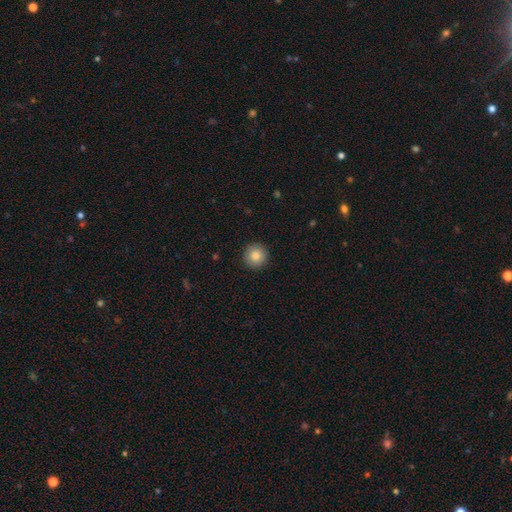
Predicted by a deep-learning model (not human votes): This is clearly a smooth galaxy (86%). How rounded: clearly round (96%). Merging: clearly none (93%).